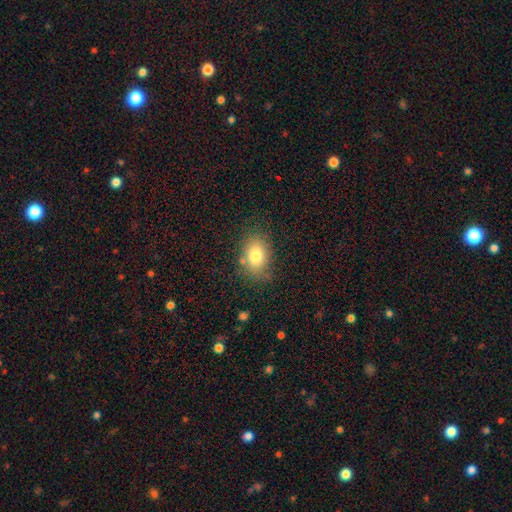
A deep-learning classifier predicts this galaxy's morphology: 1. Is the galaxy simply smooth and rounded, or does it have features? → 79% smooth, 12% featured or disk, 9% star or artifact.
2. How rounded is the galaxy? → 77% in between, 22% round, 1% cigar-shaped.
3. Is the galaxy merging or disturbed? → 75% none, 17% minor disturbance, 5% major disturbance, 3% merger.